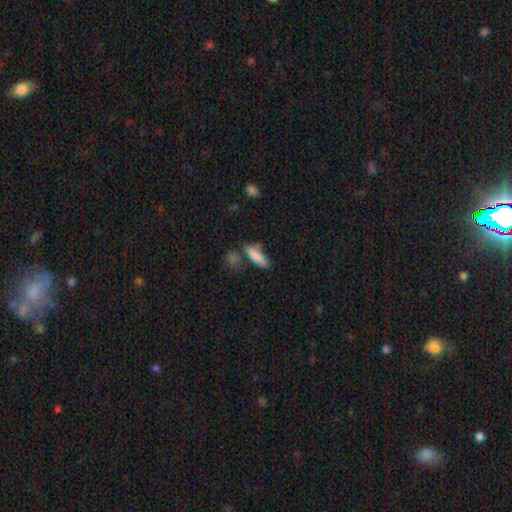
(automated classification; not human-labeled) Q: Smooth or featured?
A: smooth (81%); runner-up: featured or disk (11%)
Q: How rounded?
A: cigar-shaped (54%); runner-up: in between (43%)
Q: Merging?
A: none (61%); runner-up: minor disturbance (19%)